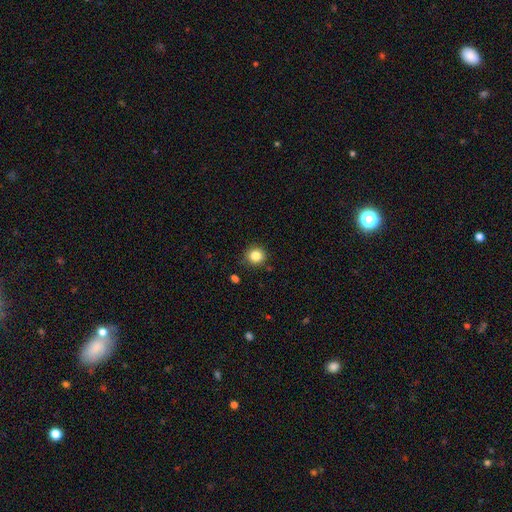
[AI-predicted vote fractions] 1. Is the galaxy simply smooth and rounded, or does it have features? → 85% smooth, 11% star or artifact, 5% featured or disk.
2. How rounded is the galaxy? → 90% round, 9% in between, 1% cigar-shaped.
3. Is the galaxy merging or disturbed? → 87% none, 9% minor disturbance, 2% major disturbance, 2% merger.